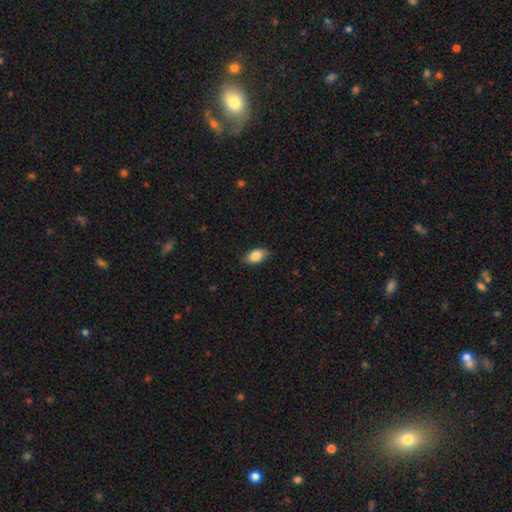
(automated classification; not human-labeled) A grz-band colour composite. It shows a smooth galaxy with no disk features (85%) that is in between round and cigar-shaped (89%). Merging: none (83%).